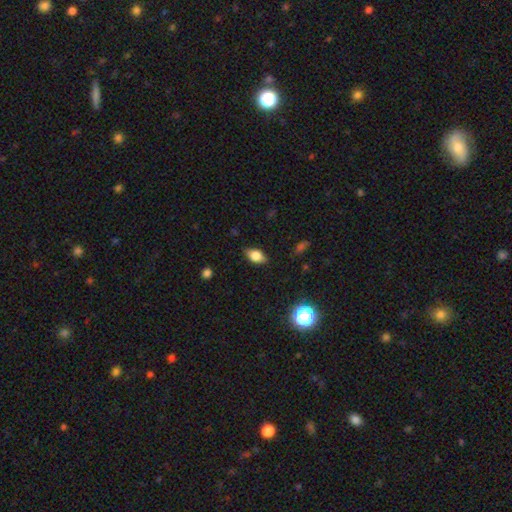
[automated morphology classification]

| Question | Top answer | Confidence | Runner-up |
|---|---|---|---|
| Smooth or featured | smooth | 75% | featured or disk (15%) |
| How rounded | in between | 84% | round (10%) |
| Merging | none | 84% | minor disturbance (12%) |